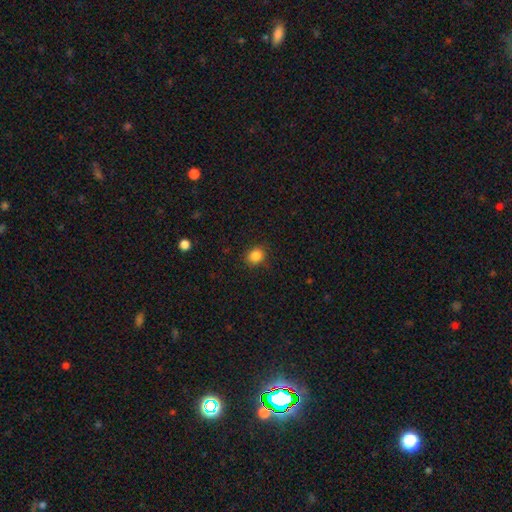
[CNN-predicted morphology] Smooth or featured?
  - smooth: 86% *
  - star or artifact: 11%
  - featured or disk: 4%
How rounded?
  - round: 75% *
  - in between: 24%
  - cigar-shaped: 1%
Merging?
  - none: 87% *
  - minor disturbance: 9%
  - major disturbance: 3%
  - merger: 1%